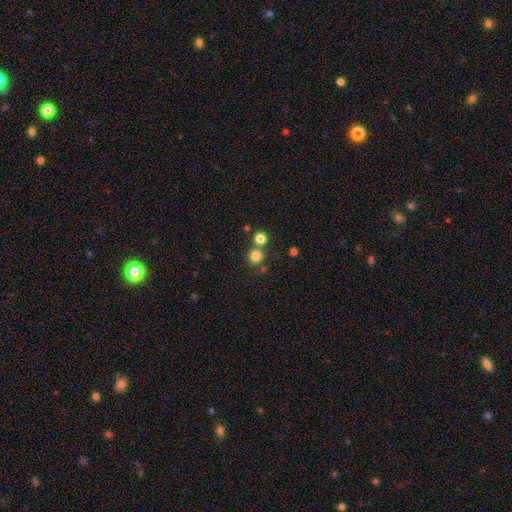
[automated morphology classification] Q: Smooth or featured?
A: smooth (80%); runner-up: star or artifact (14%)
Q: How rounded?
A: round (88%); runner-up: in between (11%)
Q: Merging?
A: none (66%); runner-up: merger (24%)